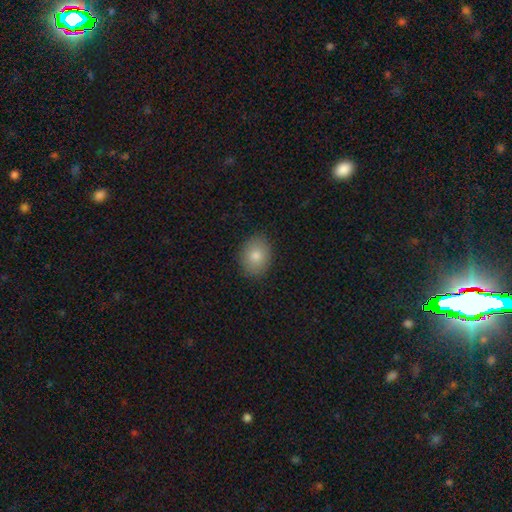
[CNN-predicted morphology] A smooth galaxy with no disk features (81%) that is in between round and cigar-shaped (56%). Merging: none (89%).